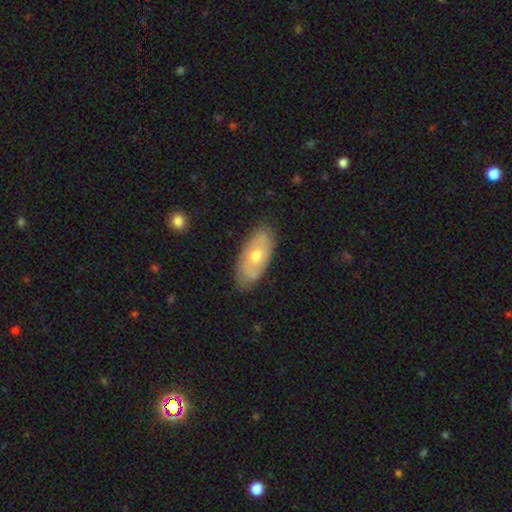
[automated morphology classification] Smooth or featured: featured or disk — 49% (smooth — 45%)
Merging: none — 78% (minor disturbance — 18%)